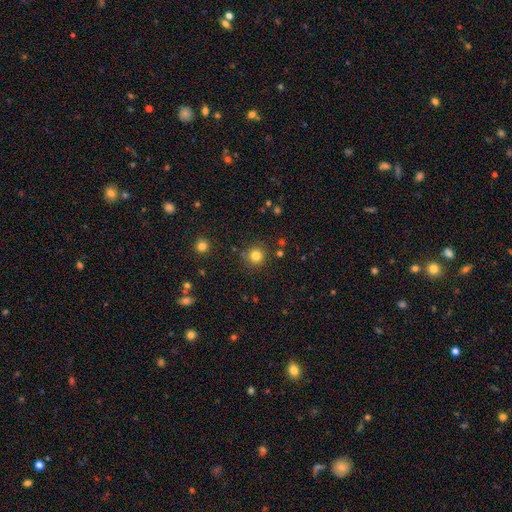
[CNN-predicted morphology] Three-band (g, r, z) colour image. It shows a smooth galaxy with no disk features (81%) that is round (94%). Merging: none (86%).